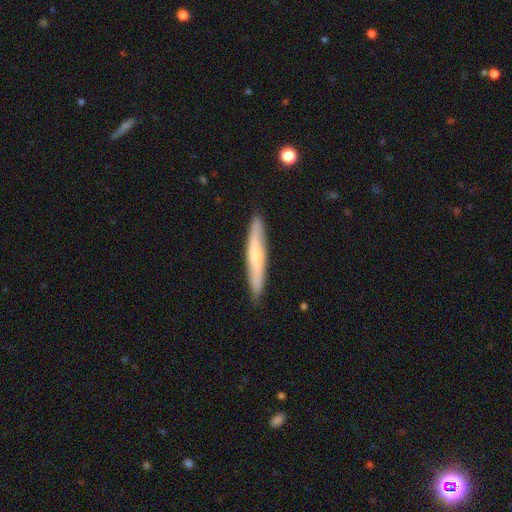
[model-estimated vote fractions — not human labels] smooth_or_featured: smooth (p=0.51) [alt: featured or disk p=0.44]
how_rounded: cigar-shaped (p=0.93) [alt: in between p=0.06]
merging: none (p=0.87) [alt: minor disturbance p=0.10]